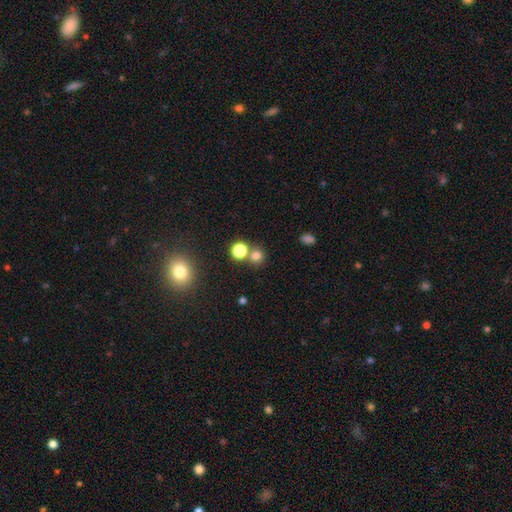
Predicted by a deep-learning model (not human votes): This appears to be a smooth galaxy with no disk features (74%) that is round (88%). Merging: none (64%).